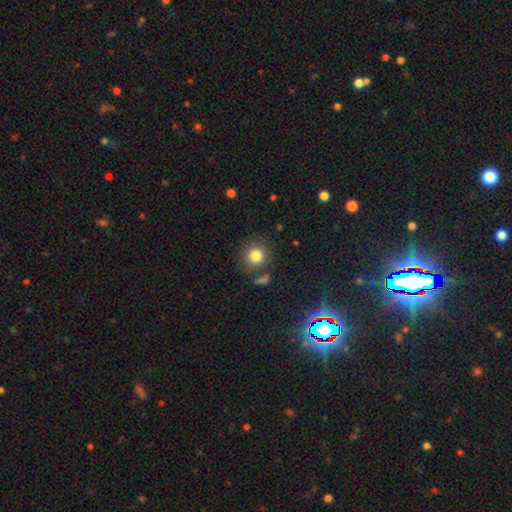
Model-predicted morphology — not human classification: Overall: smooth (83%). How rounded: round (90%). Merging: none (79%).